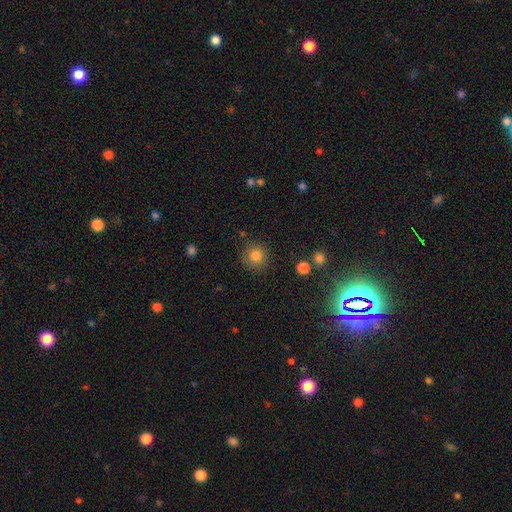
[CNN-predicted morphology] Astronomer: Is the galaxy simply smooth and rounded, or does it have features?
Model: smooth — 83%.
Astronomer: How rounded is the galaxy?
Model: round — 91%.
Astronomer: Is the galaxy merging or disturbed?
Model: none — 83%.